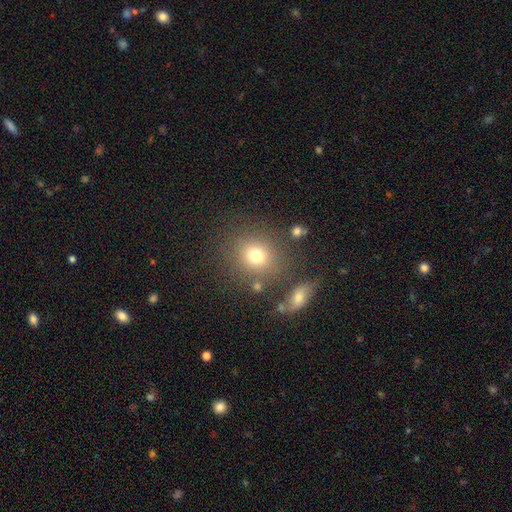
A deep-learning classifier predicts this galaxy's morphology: This appears to be a smooth galaxy with no disk features (75%) that is round (80%). Merging: none (76%).